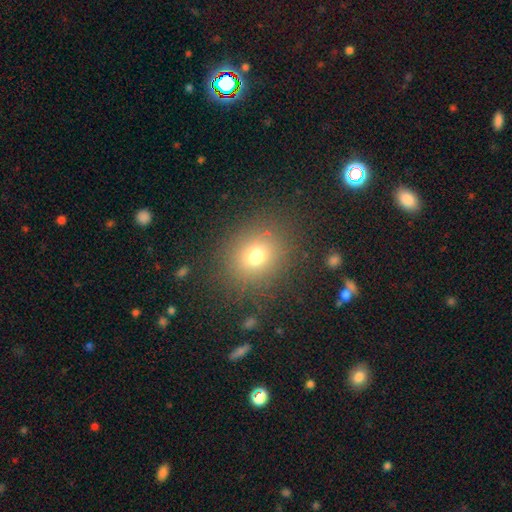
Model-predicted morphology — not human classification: smooth-or-featured: smooth: 73% | star or artifact: 17% | featured or disk: 10%
  how-rounded: round: 73% | in between: 25% | cigar-shaped: 1%
  merging: none: 84% | minor disturbance: 9% | major disturbance: 5% | merger: 2%